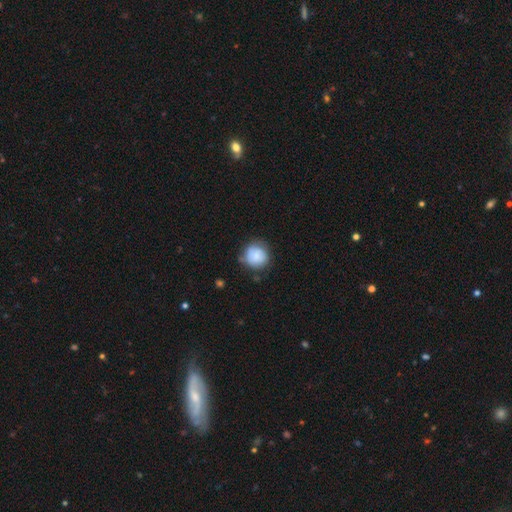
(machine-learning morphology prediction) A smooth galaxy with no disk features (81%) that is round (88%).

Vote fractions:
- Smooth or featured? smooth: 81% / featured or disk: 11% / star or artifact: 8%
- How rounded? round: 88% / in between: 11% / cigar-shaped: 1%
- Merging? none: 67% / minor disturbance: 24% / major disturbance: 6% / merger: 3%